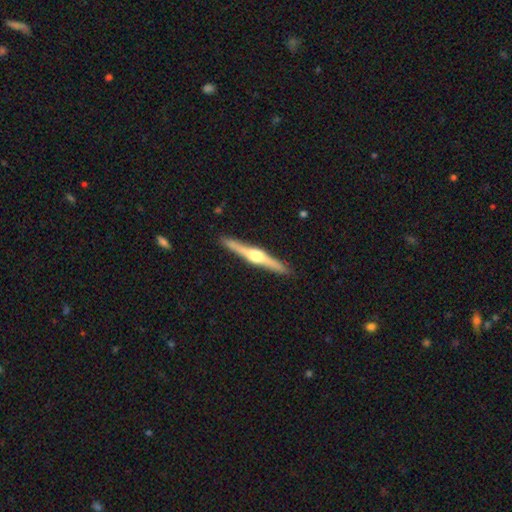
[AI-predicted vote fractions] The model was most divided on "smooth or featured": featured or disk: 78%, smooth: 17%, star or artifact: 5%. More confident: edge-on disk — yes (98%); edge-on bulge — rounded (94%); merging — none (91%).